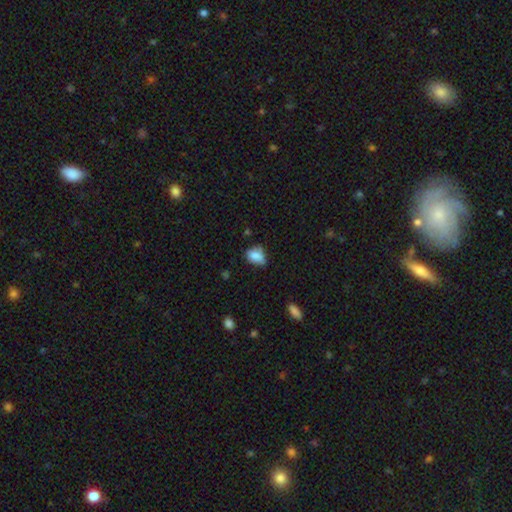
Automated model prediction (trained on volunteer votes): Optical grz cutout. It shows a smooth galaxy with no disk features (77%) that is in between round and cigar-shaped (70%). Merging: none (44%).